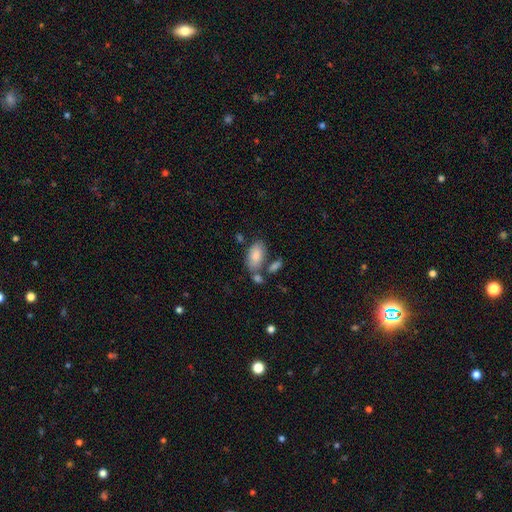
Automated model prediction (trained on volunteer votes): smooth 83%, featured or disk 11%, star or artifact 6%. Down the decision tree: how rounded — in between (94%); merging — none (61%).